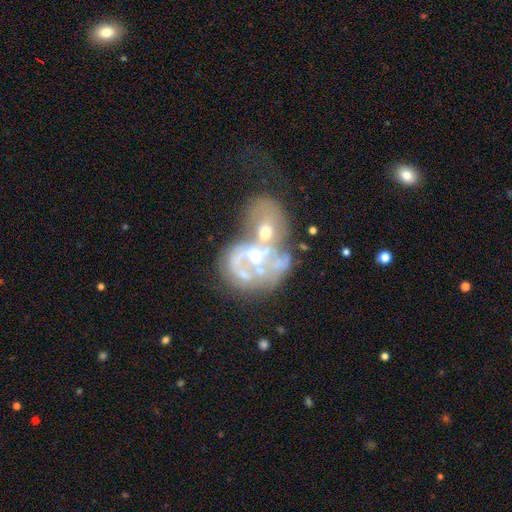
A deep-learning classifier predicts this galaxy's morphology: Smooth or featured? featured or disk (72%)
Edge-on disk? no (98%)
Bar? no (78%)
Spiral arms? no (58%)
Bulge size? moderate (61%)
Merging? merger (74%)